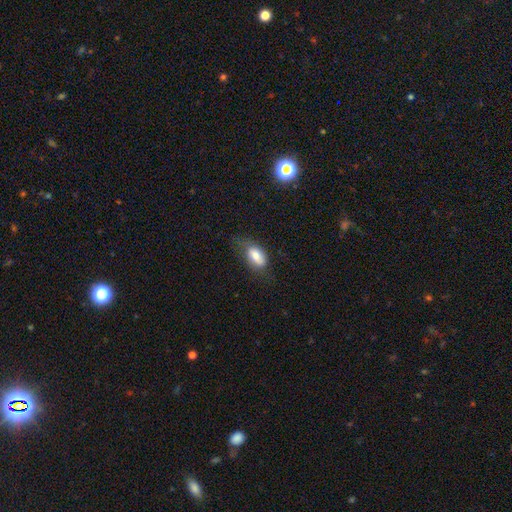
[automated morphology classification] smooth-or-featured: smooth: 77% | featured or disk: 15% | star or artifact: 8%
  how-rounded: in between: 90% | cigar-shaped: 5% | round: 5%
  merging: none: 54% | minor disturbance: 30% | major disturbance: 14% | merger: 2%